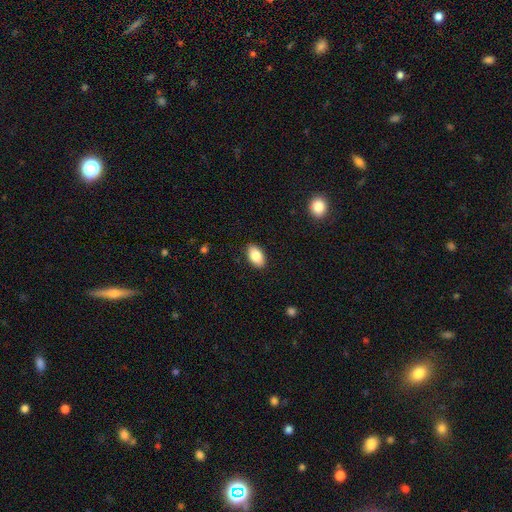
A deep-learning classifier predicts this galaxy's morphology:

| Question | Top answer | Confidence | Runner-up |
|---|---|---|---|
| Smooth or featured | smooth | 85% | featured or disk (7%) |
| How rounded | in between | 94% | round (5%) |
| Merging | none | 89% | minor disturbance (8%) |